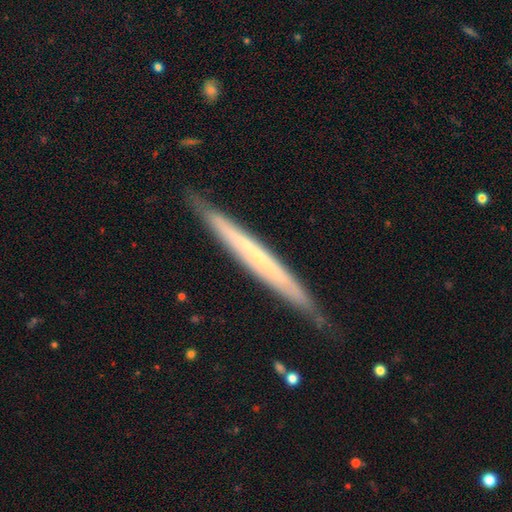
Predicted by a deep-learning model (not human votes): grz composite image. It shows a featured or disk galaxy (60%) viewed edge-on (93%) with no central bulge (81%). Merging: none (84%).